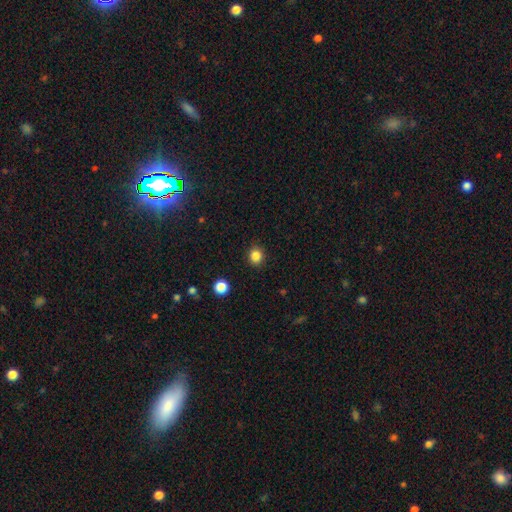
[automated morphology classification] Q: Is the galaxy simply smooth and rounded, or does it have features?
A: smooth — 85%.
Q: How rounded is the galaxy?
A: round — 83%.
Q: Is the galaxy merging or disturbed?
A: none — 91%.